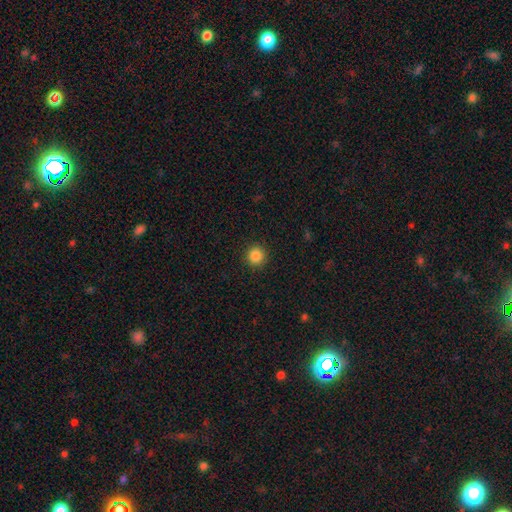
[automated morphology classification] type=smooth (86%); roundness=round (95%); merging=none (92%).